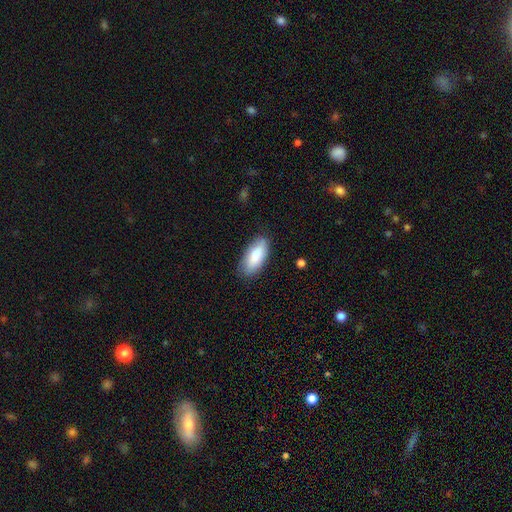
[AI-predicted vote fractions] The model was most divided on "merging": none: 82%, minor disturbance: 14%, major disturbance: 3%, merger: 1%. More confident: how rounded — in between (87%); smooth or featured — smooth (86%).